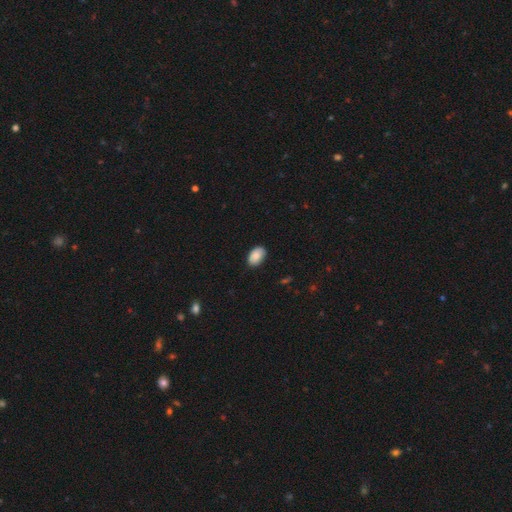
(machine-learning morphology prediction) Smooth or featured?
  - smooth: 88% *
  - star or artifact: 7%
  - featured or disk: 5%
How rounded?
  - in between: 91% *
  - round: 8%
  - cigar-shaped: 1%
Merging?
  - none: 87% *
  - minor disturbance: 10%
  - major disturbance: 2%
  - merger: 1%